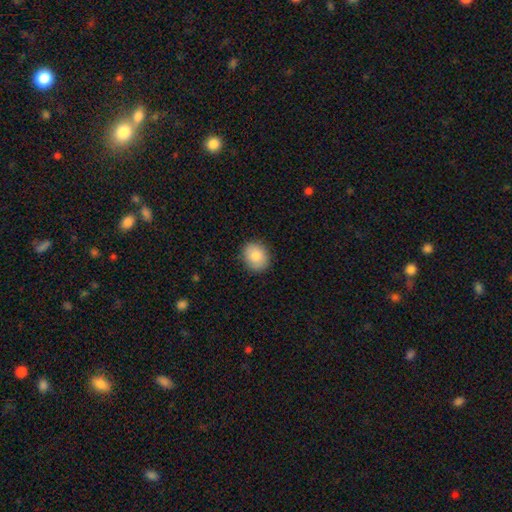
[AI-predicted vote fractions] This appears to be a smooth galaxy with no disk features (83%) that is round (67%). Merging: none (88%).